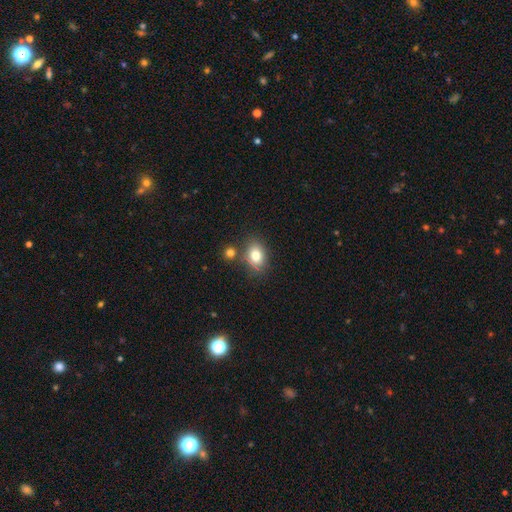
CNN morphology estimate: type=smooth (80%); roundness=in between (69%); merging=none (70%).